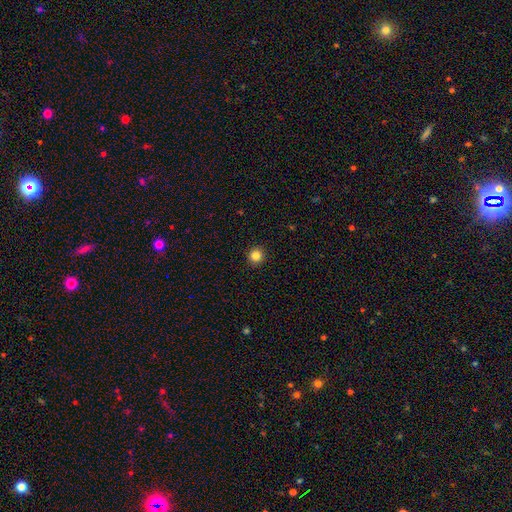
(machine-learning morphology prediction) Smooth or featured: smooth — 84% (star or artifact — 12%)
How rounded: round — 94% (in between — 5%)
Merging: none — 93% (minor disturbance — 5%)